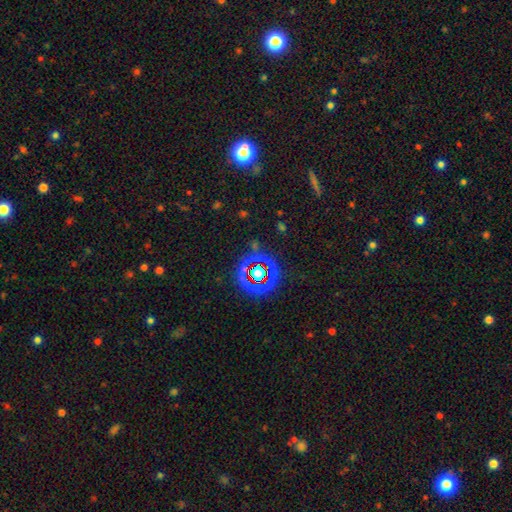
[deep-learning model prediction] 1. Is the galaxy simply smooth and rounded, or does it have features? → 55% star or artifact, 23% smooth, 22% featured or disk.